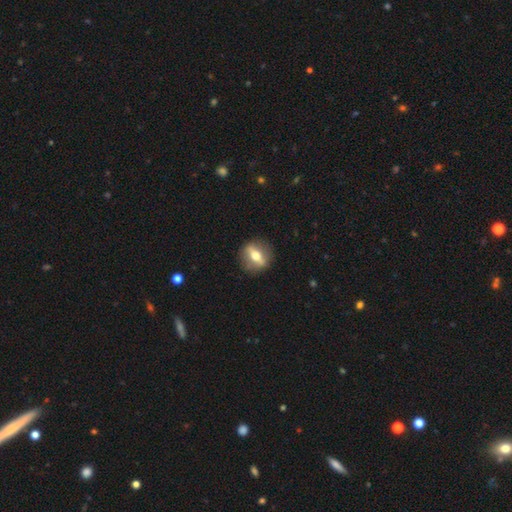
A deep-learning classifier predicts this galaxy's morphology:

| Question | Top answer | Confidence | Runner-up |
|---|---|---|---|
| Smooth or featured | featured or disk | 62% | smooth (31%) |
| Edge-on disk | yes | 52% | no (48%) |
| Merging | none | 87% | minor disturbance (8%) |